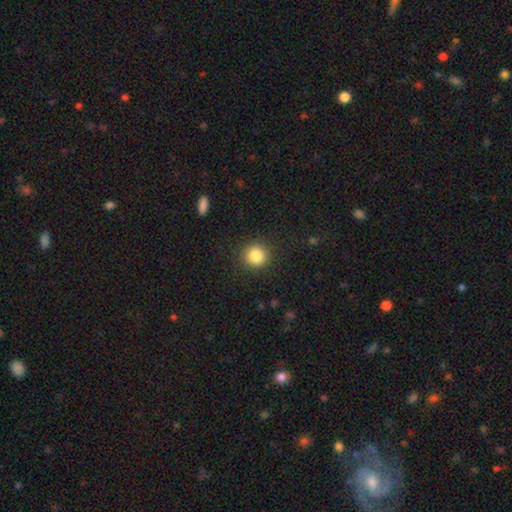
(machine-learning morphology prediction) The model was most divided on "smooth or featured": smooth: 85%, star or artifact: 10%, featured or disk: 5%. More confident: how rounded — round (92%); merging — none (90%).